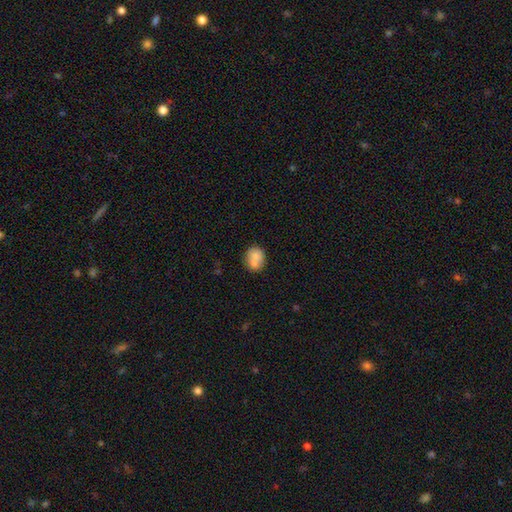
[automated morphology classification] Smooth or featured?
  - smooth: 76% *
  - featured or disk: 15%
  - star or artifact: 8%
How rounded?
  - round: 61% *
  - in between: 38%
  - cigar-shaped: 1%
Merging?
  - none: 47% *
  - merger: 35%
  - minor disturbance: 14%
  - major disturbance: 4%